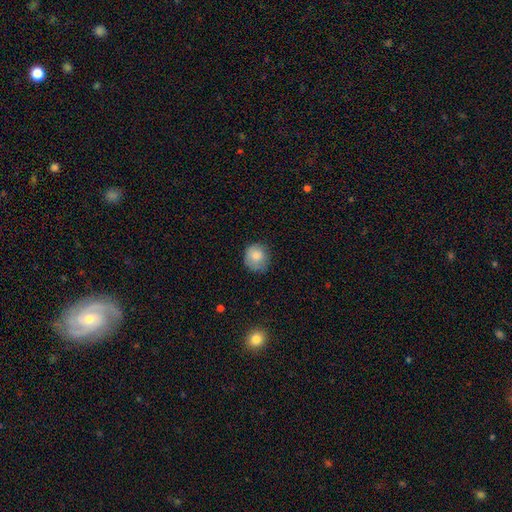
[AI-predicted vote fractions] This is clearly a smooth galaxy (81%). How rounded: clearly round (83%). Merging: likely none (67%).